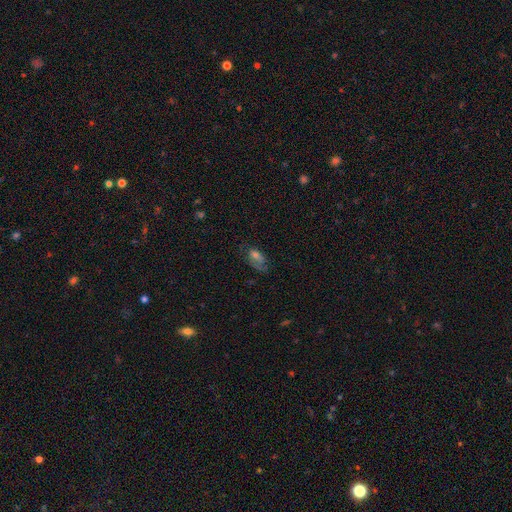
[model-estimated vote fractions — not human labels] This appears to be a smooth galaxy with no disk features (48%). Merging: none (47%).